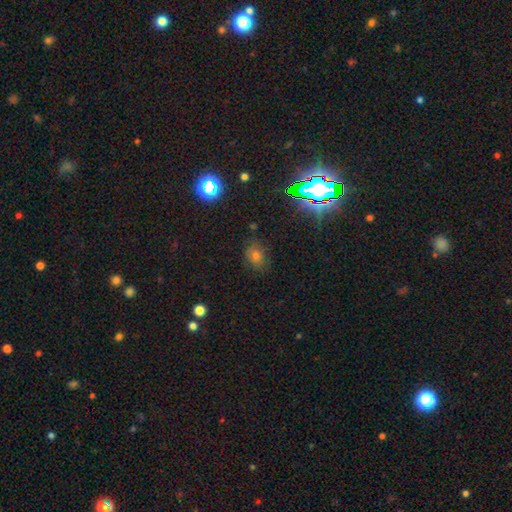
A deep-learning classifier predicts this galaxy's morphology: Smooth or featured: smooth — 51% (star or artifact — 36%)
How rounded: in between — 56% (round — 43%)
Merging: none — 78% (minor disturbance — 15%)